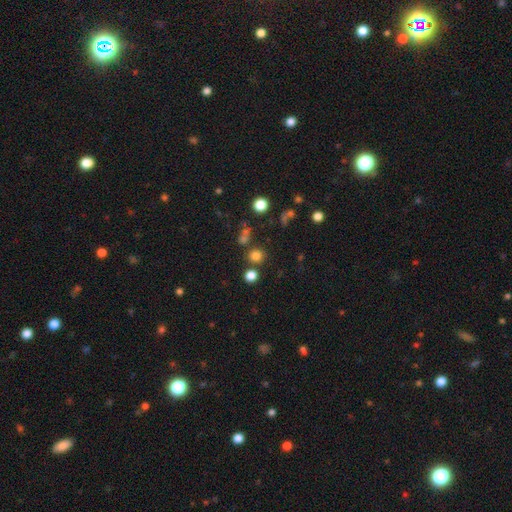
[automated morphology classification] Q: Smooth or featured?
A: smooth (77%); runner-up: star or artifact (18%)
Q: How rounded?
A: round (86%); runner-up: in between (13%)
Q: Merging?
A: none (76%); runner-up: merger (12%)